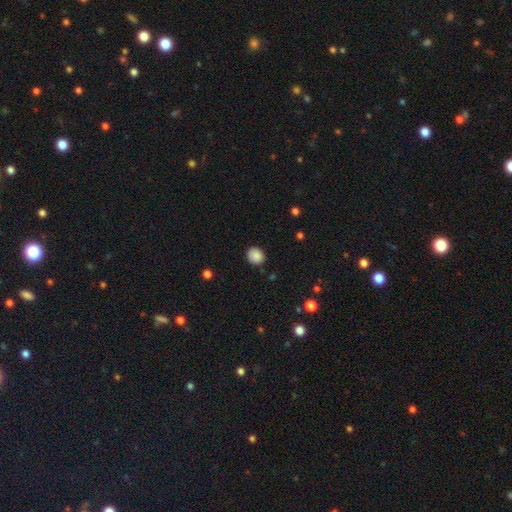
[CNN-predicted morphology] Overall: smooth (87%). How rounded: round (78%). Merging: none (86%).